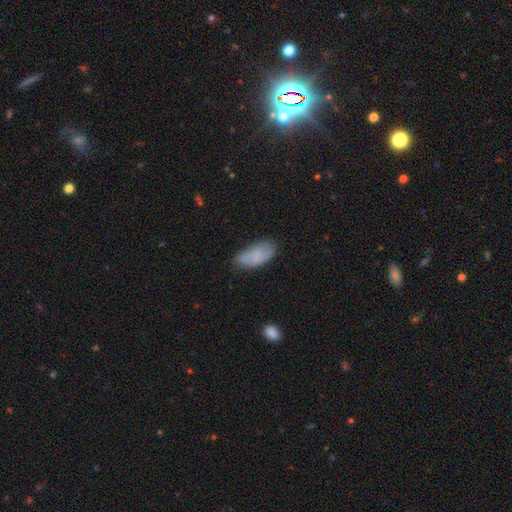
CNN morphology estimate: Q: Smooth or featured?
A: smooth (75%); runner-up: featured or disk (17%)
Q: How rounded?
A: in between (91%); runner-up: cigar-shaped (6%)
Q: Merging?
A: none (57%); runner-up: minor disturbance (31%)